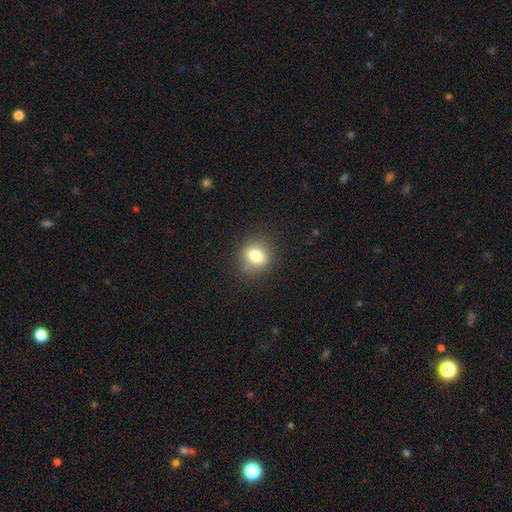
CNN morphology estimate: Smooth or featured? smooth (77%)
How rounded? round (58%)
Merging? none (86%)